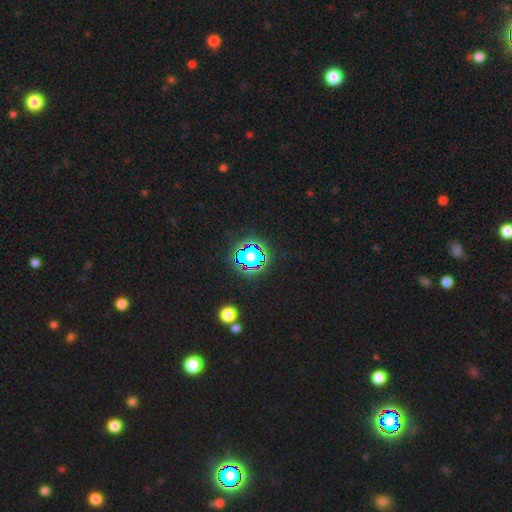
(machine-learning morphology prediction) type=star or artifact (80%).